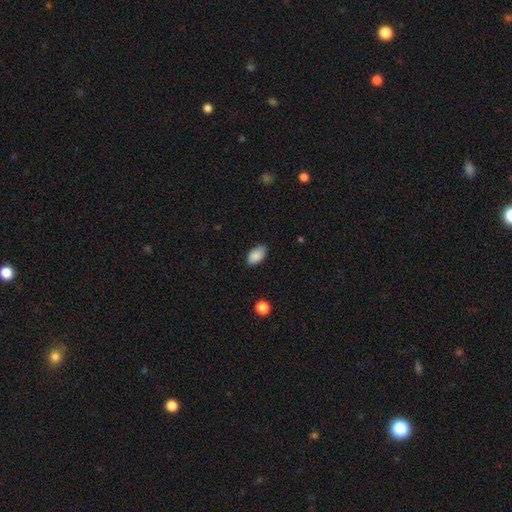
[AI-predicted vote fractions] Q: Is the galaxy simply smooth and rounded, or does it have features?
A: smooth — 88%.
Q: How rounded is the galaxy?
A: in between — 94%.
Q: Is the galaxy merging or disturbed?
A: none — 82%.